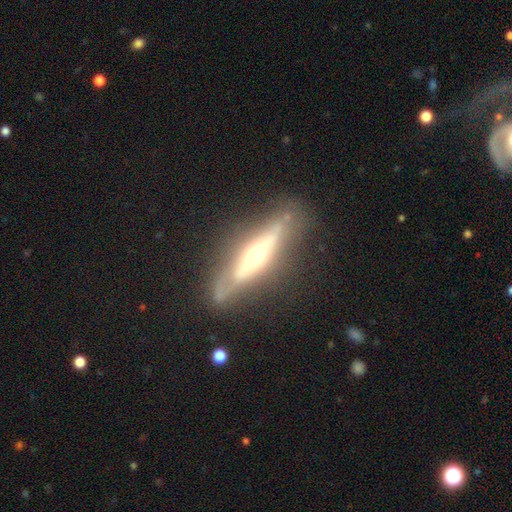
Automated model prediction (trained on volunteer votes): smooth_or_featured: featured or disk (p=0.73) [alt: smooth p=0.22]
disk_edge_on: yes (p=0.79) [alt: no p=0.21]
edge_on_bulge: rounded (p=0.86) [alt: none p=0.08]
merging: none (p=0.74) [alt: minor disturbance p=0.17]